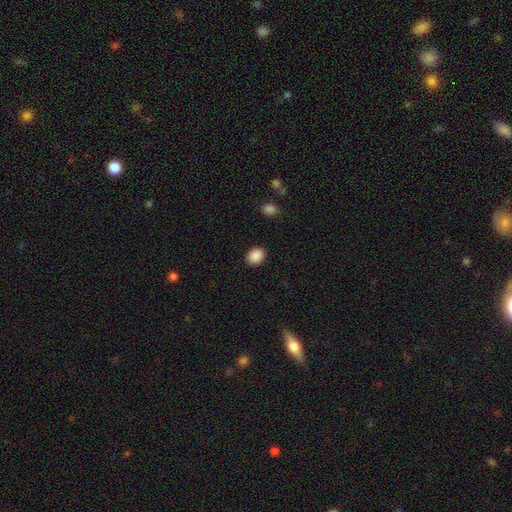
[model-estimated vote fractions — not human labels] The model was most divided on "how rounded": in between: 55%, round: 45%, cigar-shaped: 1%. More confident: smooth or featured — smooth (89%); merging — none (89%).